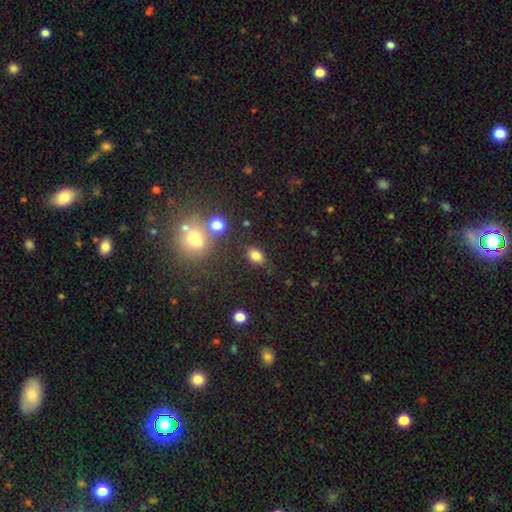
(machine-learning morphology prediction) Smooth or featured? smooth (80%)
How rounded? in between (79%)
Merging? none (79%)